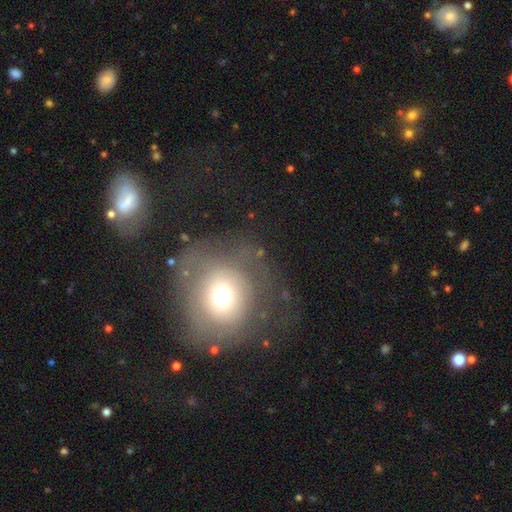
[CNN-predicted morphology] Overall: smooth (56%; featured or disk 29%). How rounded: round (85%). Merging: none (52%; major disturbance 23%).